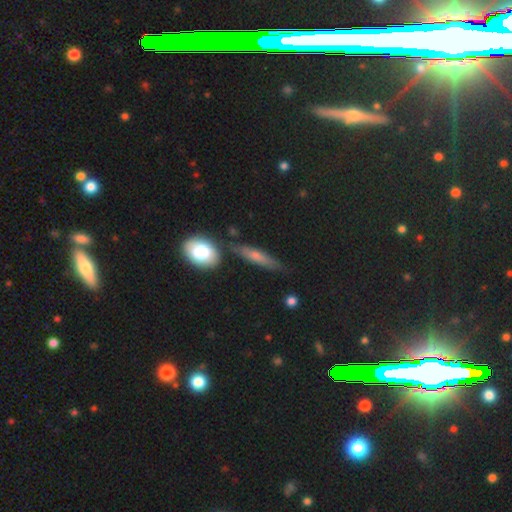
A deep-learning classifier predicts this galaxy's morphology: smooth-or-featured: smooth: 55% | featured or disk: 32% | star or artifact: 13%
  how-rounded: cigar-shaped: 69% | in between: 22% | round: 9%
  merging: none: 77% | minor disturbance: 14% | merger: 5% | major disturbance: 4%